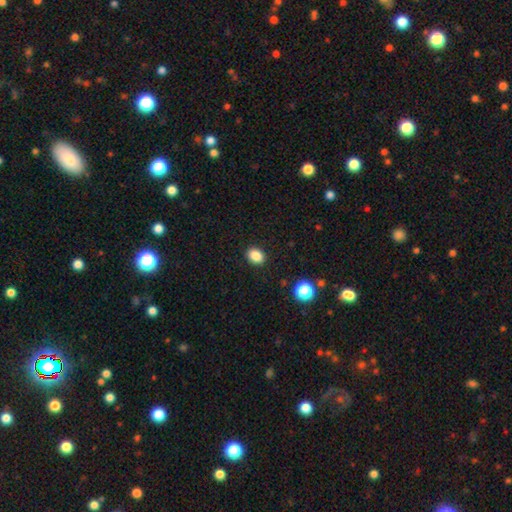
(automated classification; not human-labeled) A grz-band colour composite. It shows a smooth galaxy with no disk features (86%) that is in between round and cigar-shaped (63%). Merging: none (90%).